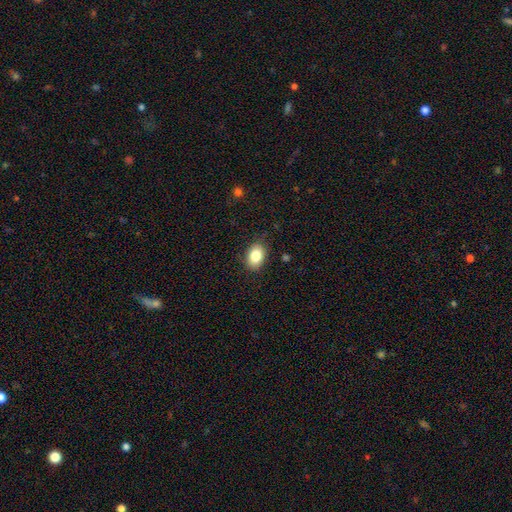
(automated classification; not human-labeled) This is clearly a smooth galaxy (84%). How rounded: clearly in between (82%). Merging: clearly none (84%).